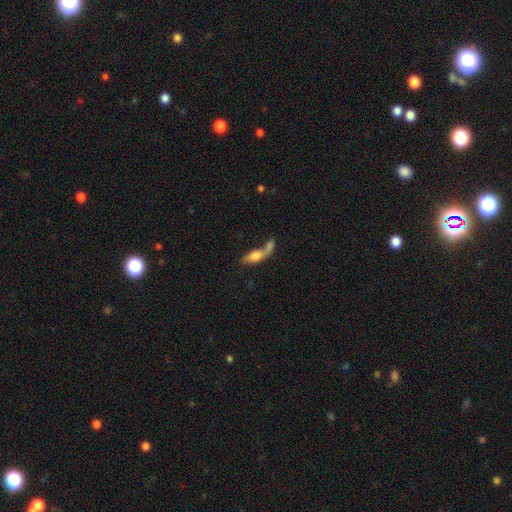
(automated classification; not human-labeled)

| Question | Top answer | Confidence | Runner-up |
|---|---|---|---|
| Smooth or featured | smooth | 62% | featured or disk (30%) |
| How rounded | in between | 64% | cigar-shaped (30%) |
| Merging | merger | 57% | none (21%) |